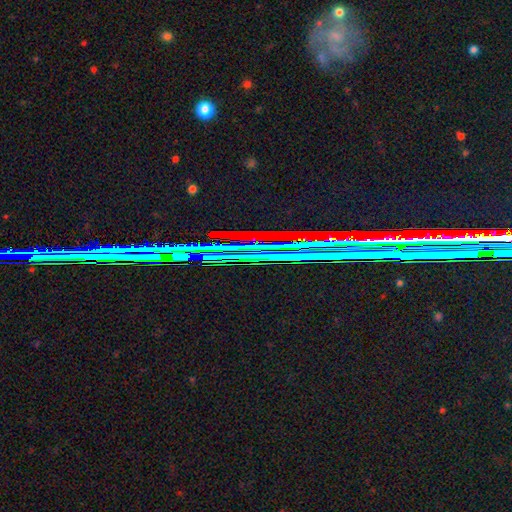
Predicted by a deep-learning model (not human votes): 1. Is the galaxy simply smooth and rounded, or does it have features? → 78% star or artifact, 13% featured or disk, 9% smooth.